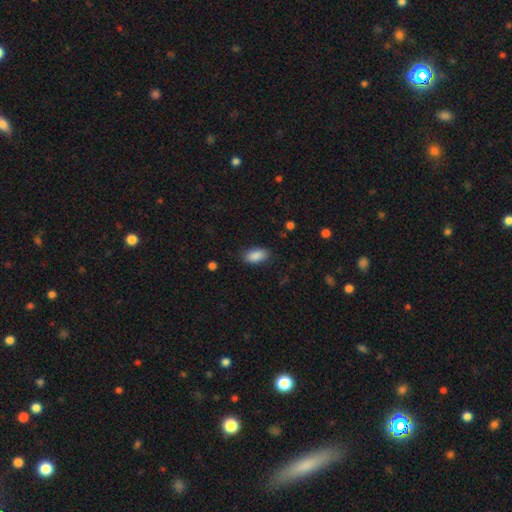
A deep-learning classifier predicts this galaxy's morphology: smooth_or_featured: smooth (p=0.89) [alt: star or artifact p=0.07]
how_rounded: in between (p=0.92) [alt: cigar-shaped p=0.05]
merging: none (p=0.85) [alt: minor disturbance p=0.11]